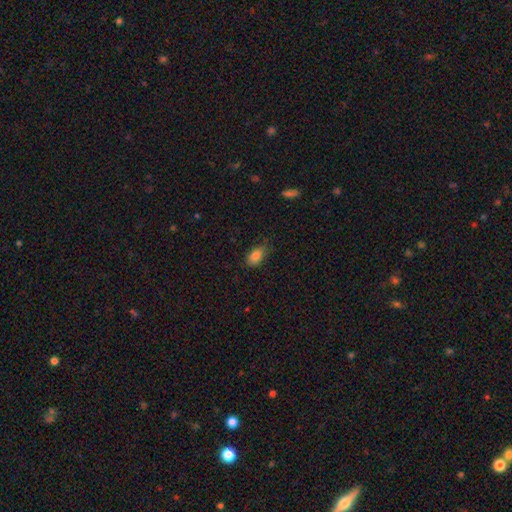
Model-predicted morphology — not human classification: Smooth or featured? smooth (84%)
How rounded? in between (88%)
Merging? none (70%)